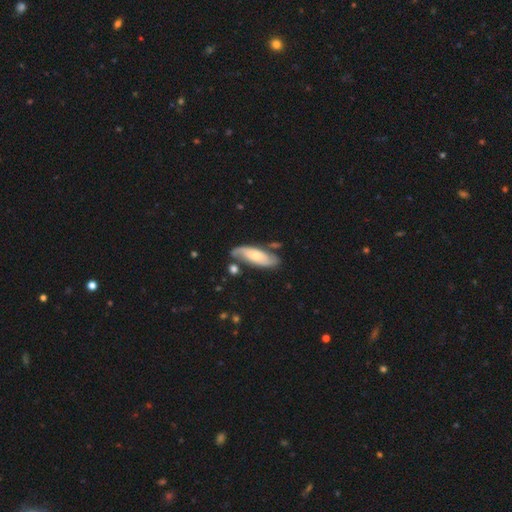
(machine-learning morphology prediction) A featured or disk galaxy (61%) with no bar (65%), spiral arms (89%) and a small central bulge (45%).

Vote fractions:
- Smooth or featured? featured or disk: 61% / smooth: 34% / star or artifact: 5%
- Edge-on disk? no: 86% / yes: 14%
- Bar? no: 65% / weak: 26% / strong: 9%
- Spiral arms? yes: 89% / no: 11%
- Bulge size? small: 45% / moderate: 42% / large: 7% / none: 4% / dominant: 2%
- Merging? none: 65% / minor disturbance: 19% / merger: 9% / major disturbance: 7%